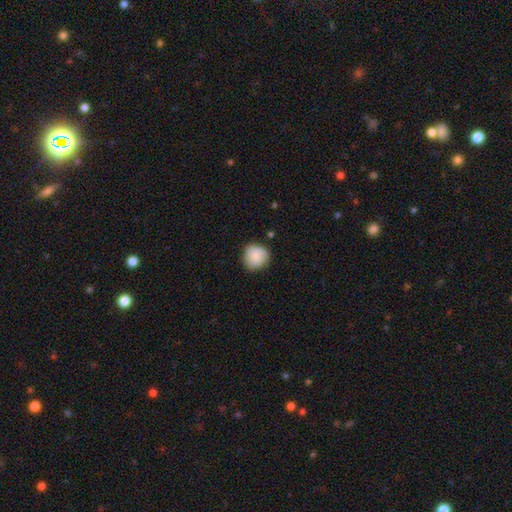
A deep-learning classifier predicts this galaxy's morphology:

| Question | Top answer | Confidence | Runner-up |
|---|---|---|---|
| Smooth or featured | smooth | 85% | featured or disk (8%) |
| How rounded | round | 87% | in between (12%) |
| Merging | none | 76% | minor disturbance (19%) |